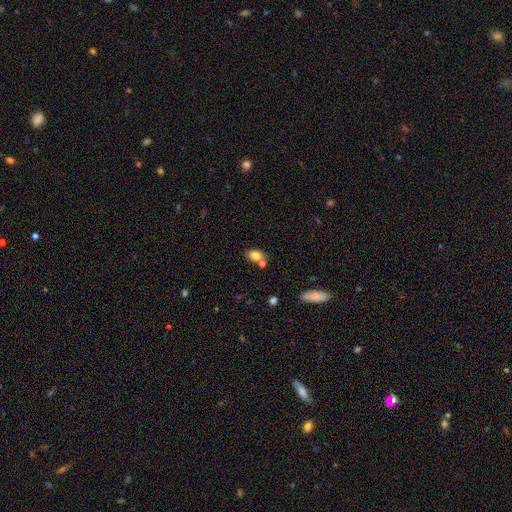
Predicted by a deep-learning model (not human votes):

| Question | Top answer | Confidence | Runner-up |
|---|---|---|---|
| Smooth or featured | smooth | 81% | star or artifact (10%) |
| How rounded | in between | 66% | round (33%) |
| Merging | none | 58% | merger (26%) |